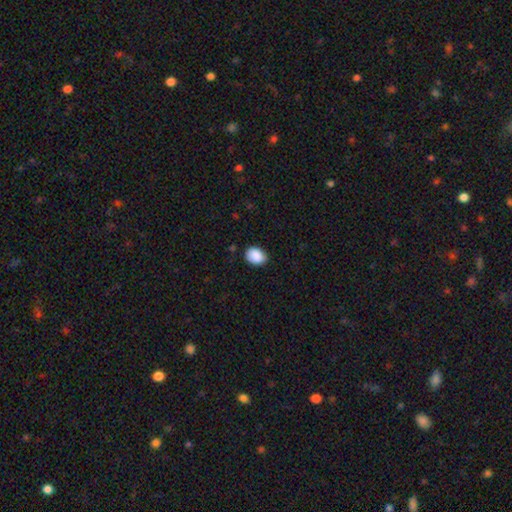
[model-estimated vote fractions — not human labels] A smooth galaxy with no disk features (89%) that is in between round and cigar-shaped (70%). Merging: none (82%).